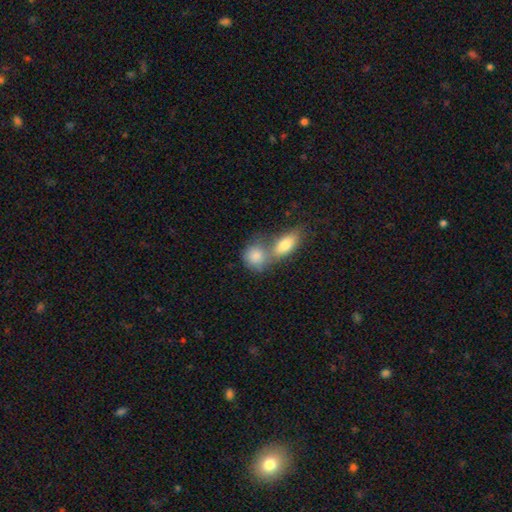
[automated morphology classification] smooth_or_featured: smooth (p=0.83) [alt: featured or disk p=0.10]
how_rounded: round (p=0.55) [alt: in between p=0.42]
merging: merger (p=0.52) [alt: none p=0.35]